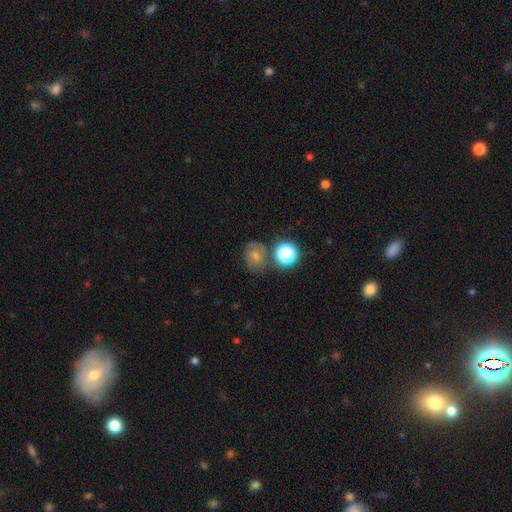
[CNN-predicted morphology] Smooth or featured? smooth (54%)
How rounded? round (72%)
Merging? none (64%)